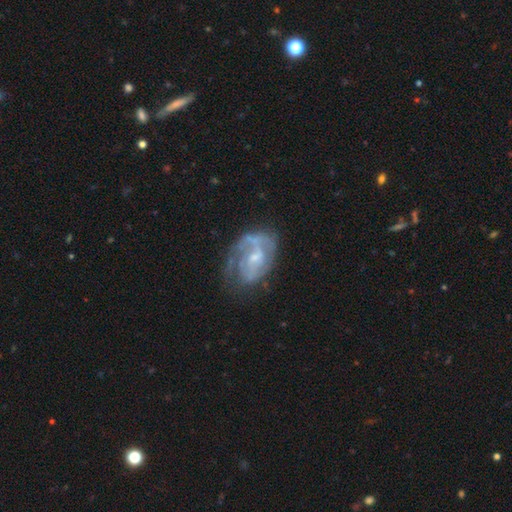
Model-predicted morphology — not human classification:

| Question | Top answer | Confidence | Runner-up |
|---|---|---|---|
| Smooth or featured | featured or disk | 76% | smooth (16%) |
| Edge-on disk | no | 97% | yes (3%) |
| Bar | no | 56% | weak (36%) |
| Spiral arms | yes | 79% | no (21%) |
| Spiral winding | tight | 43% | medium (40%) |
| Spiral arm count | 2 | 37% | can't tell (34%) |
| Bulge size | small | 58% | moderate (33%) |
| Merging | none | 52% | minor disturbance (25%) |